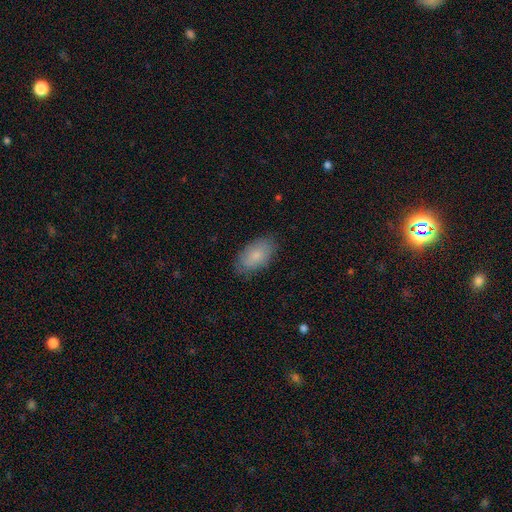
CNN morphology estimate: Q: Smooth or featured?
A: smooth (81%); runner-up: featured or disk (12%)
Q: How rounded?
A: in between (94%); runner-up: round (4%)
Q: Merging?
A: none (81%); runner-up: minor disturbance (15%)